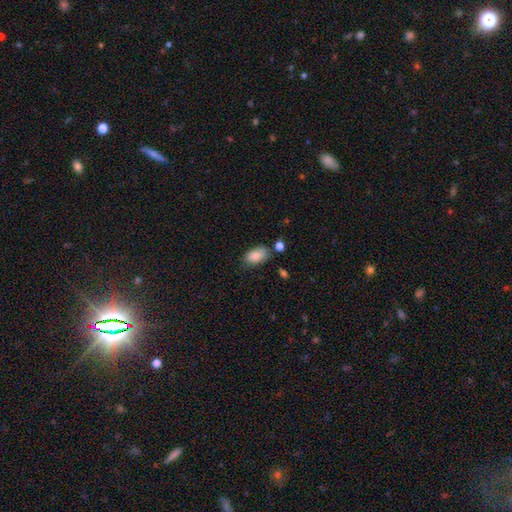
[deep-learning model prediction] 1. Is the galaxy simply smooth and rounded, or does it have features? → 85% smooth, 8% featured or disk, 7% star or artifact.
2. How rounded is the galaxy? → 92% in between, 6% round, 2% cigar-shaped.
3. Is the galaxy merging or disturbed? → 67% none, 23% minor disturbance, 6% merger, 5% major disturbance.